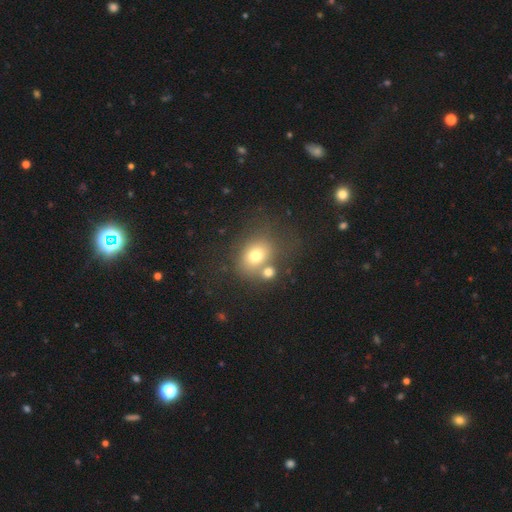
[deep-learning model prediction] Smooth or featured? smooth (71%)
How rounded? in between (50%)
Merging? none (50%)